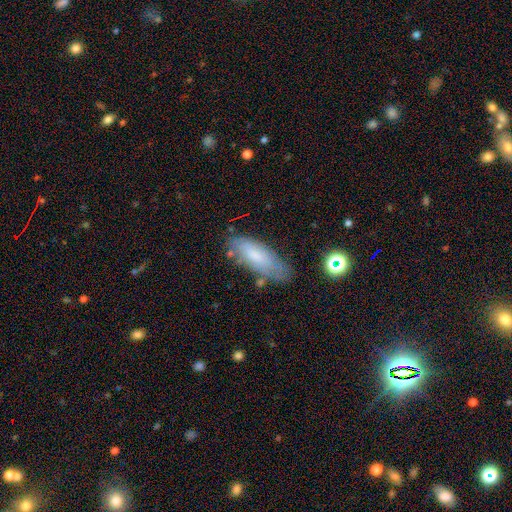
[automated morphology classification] Q: Smooth or featured?
A: smooth (72%); runner-up: featured or disk (20%)
Q: How rounded?
A: in between (67%); runner-up: cigar-shaped (31%)
Q: Merging?
A: none (68%); runner-up: minor disturbance (21%)